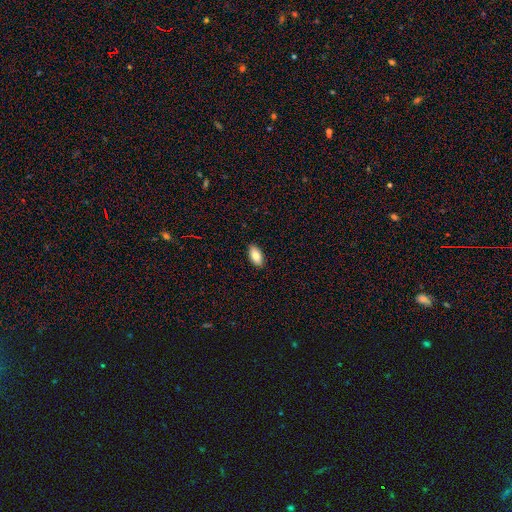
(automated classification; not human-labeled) Smooth or featured: smooth — 82% (featured or disk — 11%)
How rounded: in between — 94% (cigar-shaped — 4%)
Merging: none — 89% (minor disturbance — 8%)